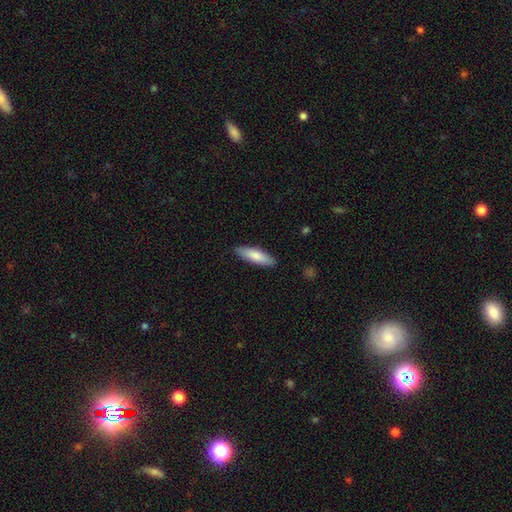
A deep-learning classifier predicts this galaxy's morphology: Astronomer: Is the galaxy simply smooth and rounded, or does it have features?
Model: smooth — 81%.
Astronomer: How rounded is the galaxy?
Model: cigar-shaped — 58% (runner-up: in between, 40%).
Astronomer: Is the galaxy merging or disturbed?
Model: none — 86%.